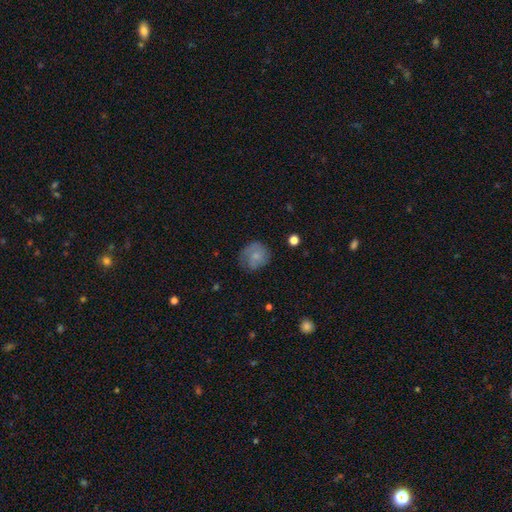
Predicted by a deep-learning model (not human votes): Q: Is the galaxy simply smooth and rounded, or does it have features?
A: smooth — 69%.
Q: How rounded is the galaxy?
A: round — 78%.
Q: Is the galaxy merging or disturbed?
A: none — 59%.